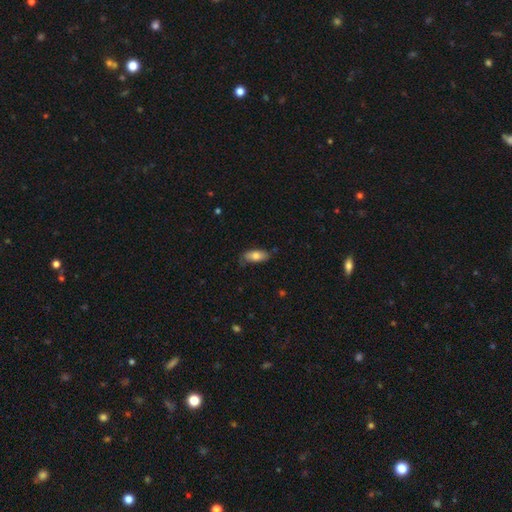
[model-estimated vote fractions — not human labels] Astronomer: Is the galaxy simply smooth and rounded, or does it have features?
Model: smooth — 76%.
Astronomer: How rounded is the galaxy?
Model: in between — 81%.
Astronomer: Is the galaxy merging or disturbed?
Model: none — 74%.